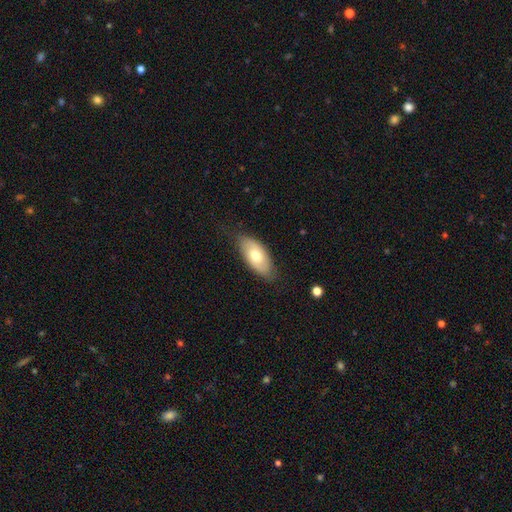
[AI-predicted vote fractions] smooth 66%, featured or disk 28%, star or artifact 6%. Down the decision tree: how rounded — in between (91%); merging — none (76%).